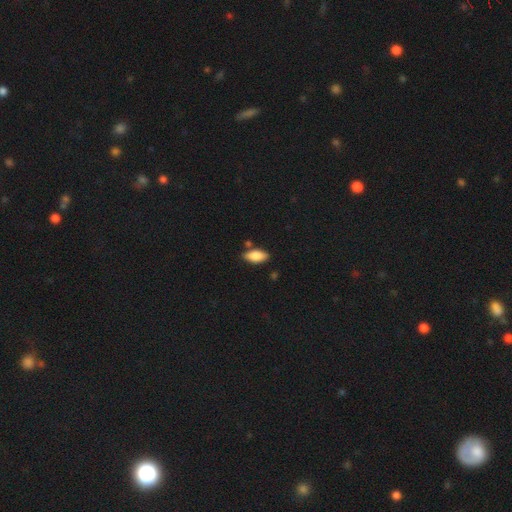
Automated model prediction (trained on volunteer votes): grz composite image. It shows a smooth galaxy with no disk features (86%) that is in between round and cigar-shaped (91%). Merging: none (80%).